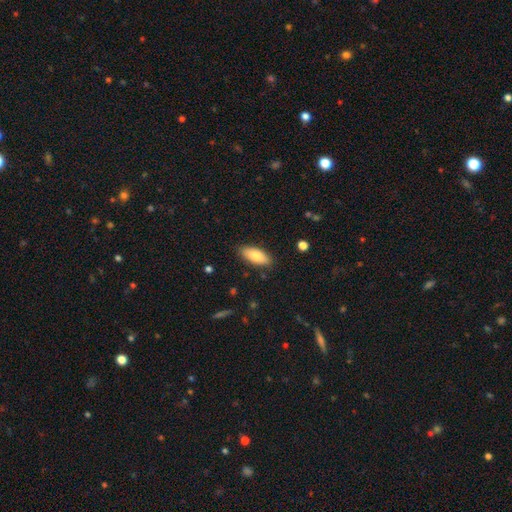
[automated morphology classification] The model was most divided on "smooth or featured": smooth: 80%, featured or disk: 14%, star or artifact: 6%. More confident: merging — none (86%); how rounded — in between (85%).